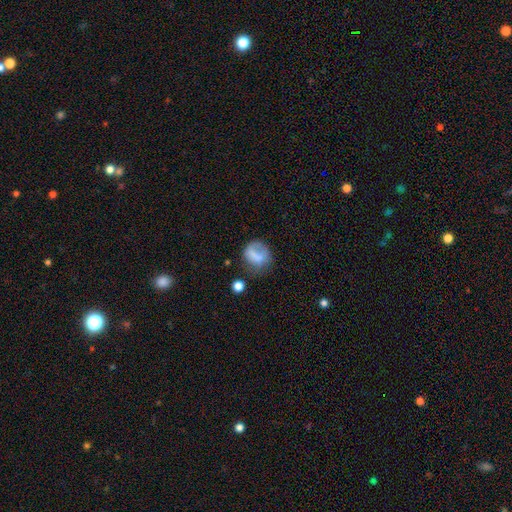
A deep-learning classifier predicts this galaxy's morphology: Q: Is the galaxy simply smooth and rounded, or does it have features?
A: smooth — 68%.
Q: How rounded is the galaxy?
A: round — 66%.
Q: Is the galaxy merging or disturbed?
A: none — 45%.